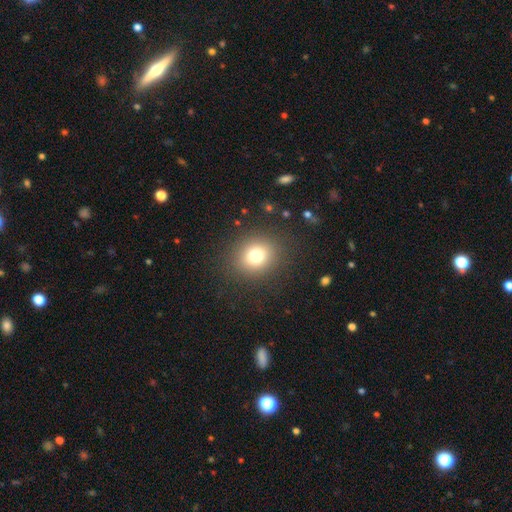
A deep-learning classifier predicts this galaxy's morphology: A smooth galaxy with no disk features (75%) that is round (72%).

Vote fractions:
- Smooth or featured? smooth: 75% / star or artifact: 15% / featured or disk: 10%
- How rounded? round: 72% / in between: 27% / cigar-shaped: 1%
- Merging? none: 87% / minor disturbance: 8% / major disturbance: 4% / merger: 1%